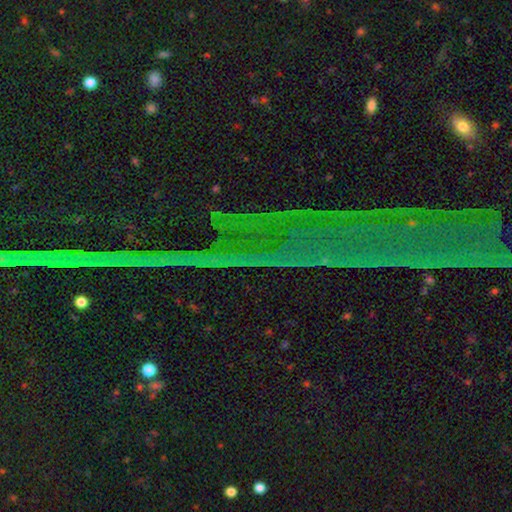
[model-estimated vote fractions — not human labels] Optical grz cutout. It shows a star or artifact, not a galaxy (82%).